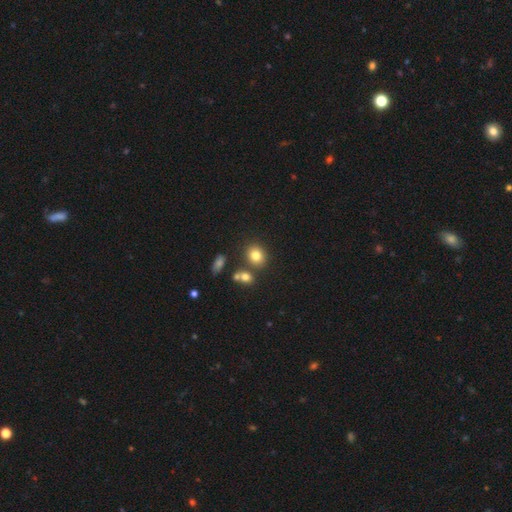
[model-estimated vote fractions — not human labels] smooth_or_featured: smooth (p=0.80) [alt: star or artifact p=0.12]
how_rounded: round (p=0.64) [alt: in between p=0.35]
merging: none (p=0.74) [alt: merger p=0.13]